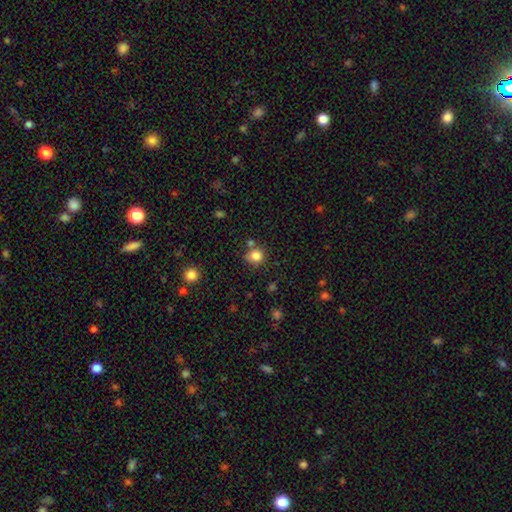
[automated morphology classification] smooth 83%, star or artifact 12%, featured or disk 6%. Down the decision tree: how rounded — round (85%); merging — none (70%).